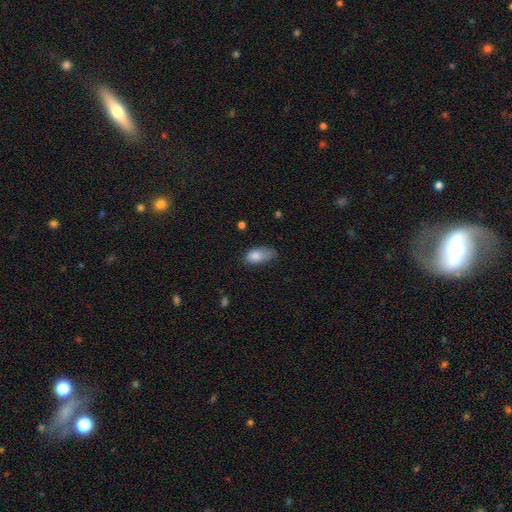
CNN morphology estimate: type=smooth (82%); roundness=in between (89%); merging=minor disturbance (42%).